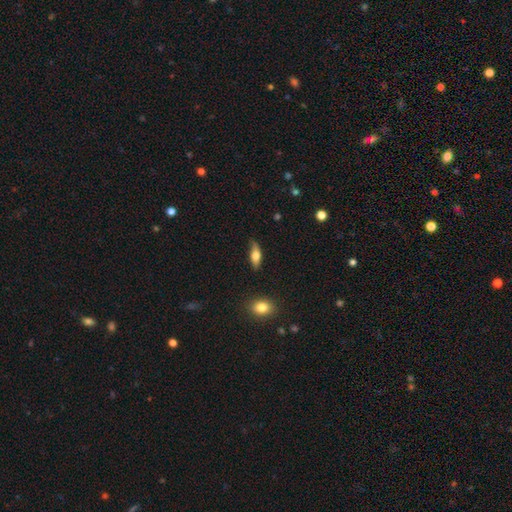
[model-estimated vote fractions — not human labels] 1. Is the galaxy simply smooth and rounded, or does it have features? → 67% smooth, 27% featured or disk, 7% star or artifact.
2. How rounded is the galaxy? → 65% in between, 31% cigar-shaped, 4% round.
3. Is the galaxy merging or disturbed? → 74% none, 21% minor disturbance, 4% major disturbance, 2% merger.